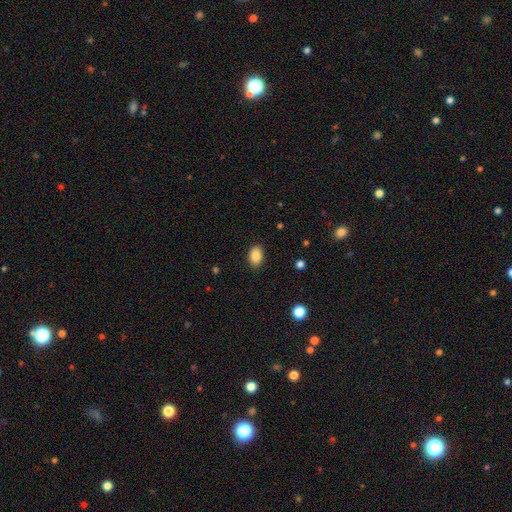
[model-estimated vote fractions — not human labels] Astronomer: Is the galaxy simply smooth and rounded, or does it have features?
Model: smooth — 88%.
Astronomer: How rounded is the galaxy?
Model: in between — 85%.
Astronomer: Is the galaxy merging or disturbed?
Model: none — 88%.